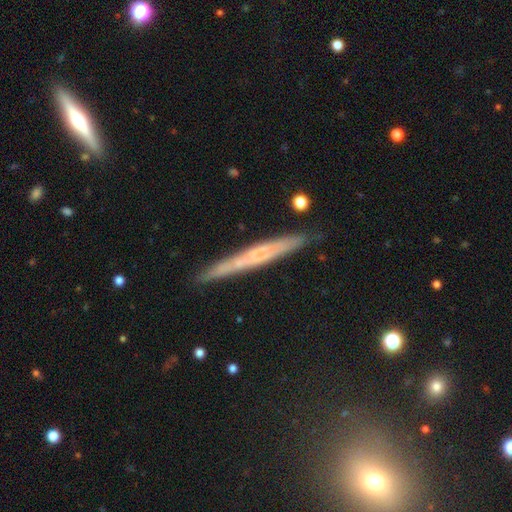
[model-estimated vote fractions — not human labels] Smooth or featured? featured or disk (55%)
Edge-on disk? yes (92%)
Edge-on bulge? none (78%)
Merging? none (86%)